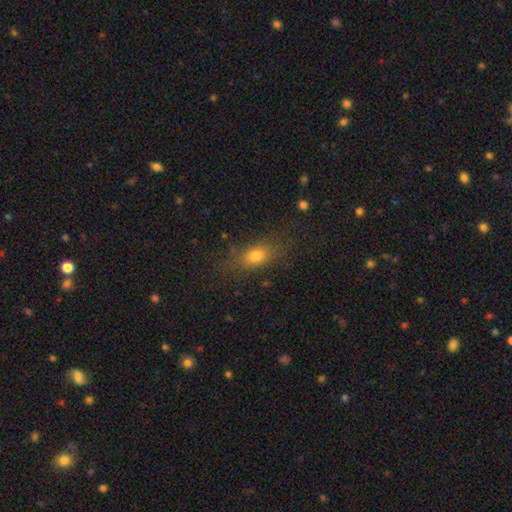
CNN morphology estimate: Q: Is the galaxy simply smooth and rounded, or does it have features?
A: smooth — 75%.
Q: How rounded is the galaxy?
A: in between — 70%.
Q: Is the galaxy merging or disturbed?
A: none — 74%.